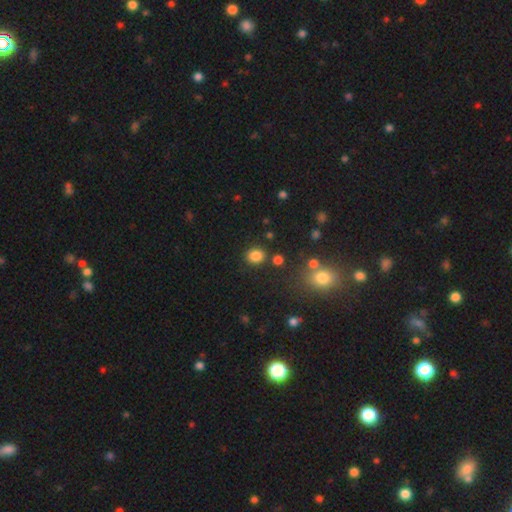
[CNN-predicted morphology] Smooth or featured: smooth — 83% (star or artifact — 12%)
How rounded: round — 72% (in between — 27%)
Merging: none — 84% (minor disturbance — 9%)